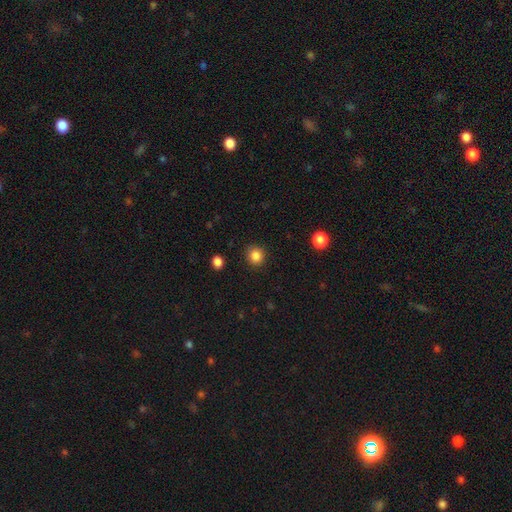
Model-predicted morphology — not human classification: smooth-or-featured: smooth: 86% | star or artifact: 11% | featured or disk: 3%
  how-rounded: round: 89% | in between: 10% | cigar-shaped: 1%
  merging: none: 90% | minor disturbance: 6% | major disturbance: 2% | merger: 1%